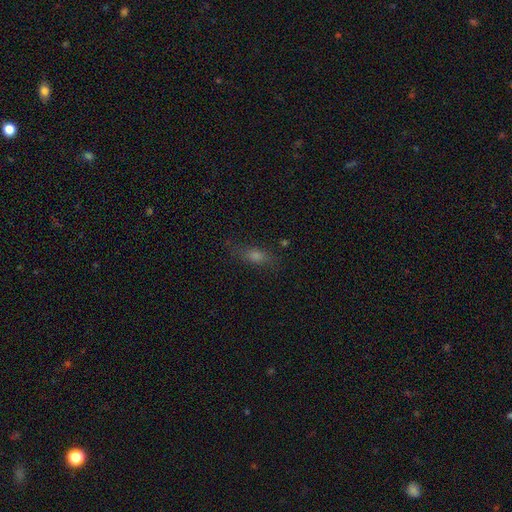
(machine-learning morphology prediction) smooth 52%, featured or disk 25%, star or artifact 23%. Down the decision tree: how rounded — in between (54%); merging — none (76%).